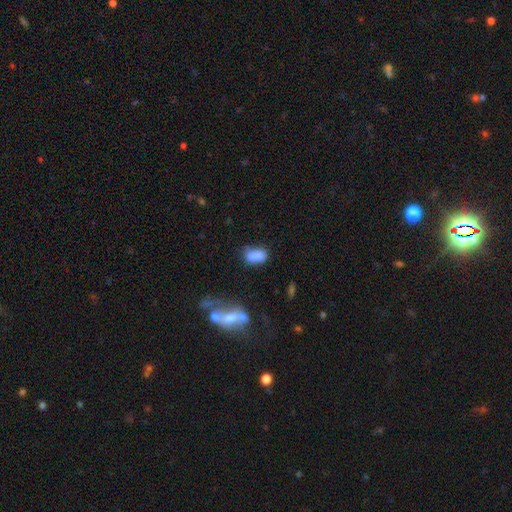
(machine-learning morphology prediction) A smooth galaxy with no disk features (82%) that is in between round and cigar-shaped (89%).

Vote fractions:
- Smooth or featured? smooth: 82% / star or artifact: 10% / featured or disk: 8%
- How rounded? in between: 89% / round: 8% / cigar-shaped: 4%
- Merging? none: 57% / minor disturbance: 26% / merger: 9% / major disturbance: 8%